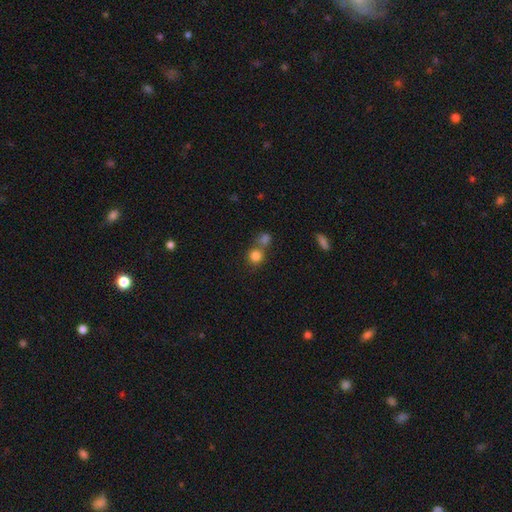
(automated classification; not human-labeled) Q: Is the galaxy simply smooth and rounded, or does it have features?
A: smooth — 82%.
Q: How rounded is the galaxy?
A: round — 88%.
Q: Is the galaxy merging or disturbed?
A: none — 53%.